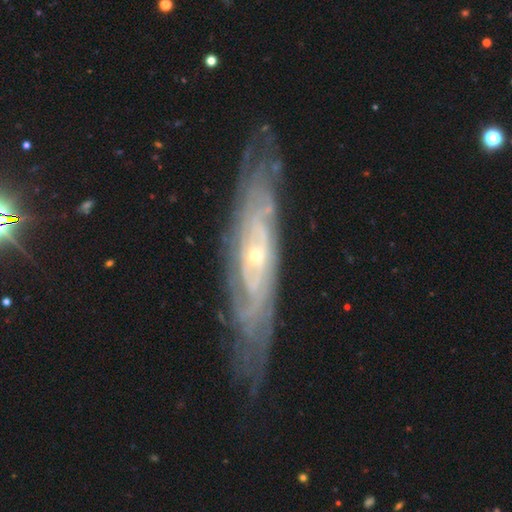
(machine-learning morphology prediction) Q: Smooth or featured?
A: featured or disk (85%); runner-up: smooth (9%)
Q: Edge-on disk?
A: no (71%); runner-up: yes (29%)
Q: Bar?
A: no (69%); runner-up: weak (23%)
Q: Spiral arms?
A: yes (92%); runner-up: no (8%)
Q: Spiral winding?
A: tight (76%); runner-up: medium (19%)
Q: Spiral arm count?
A: can't tell (59%); runner-up: 2 (13%)
Q: Bulge size?
A: small (73%); runner-up: moderate (23%)
Q: Merging?
A: none (79%); runner-up: minor disturbance (15%)